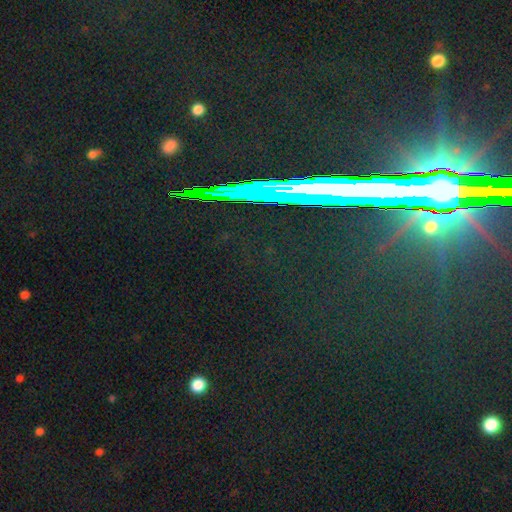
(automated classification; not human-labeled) The model was most divided on "smooth or featured": star or artifact: 83%, smooth: 9%, featured or disk: 9%.